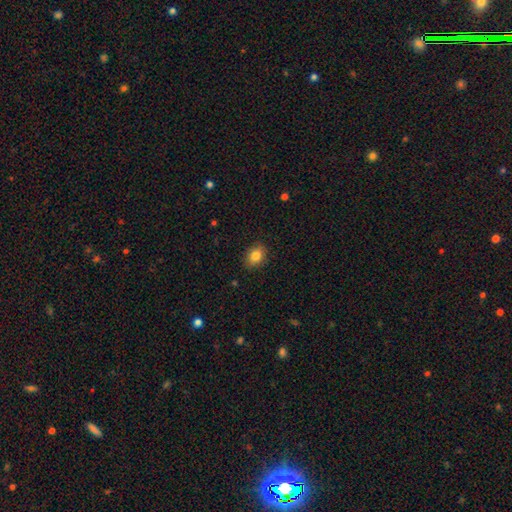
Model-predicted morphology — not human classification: Q: Smooth or featured?
A: smooth (85%); runner-up: star or artifact (9%)
Q: How rounded?
A: in between (65%); runner-up: round (34%)
Q: Merging?
A: none (88%); runner-up: minor disturbance (9%)